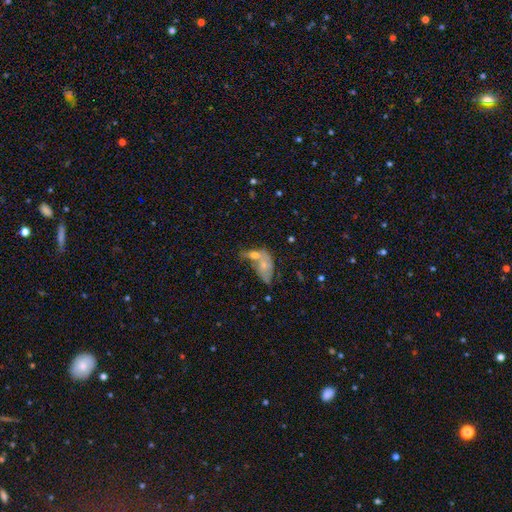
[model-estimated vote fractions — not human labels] Overall: featured or disk (45%; smooth 41%). Merging: merger (52%; none 25%).